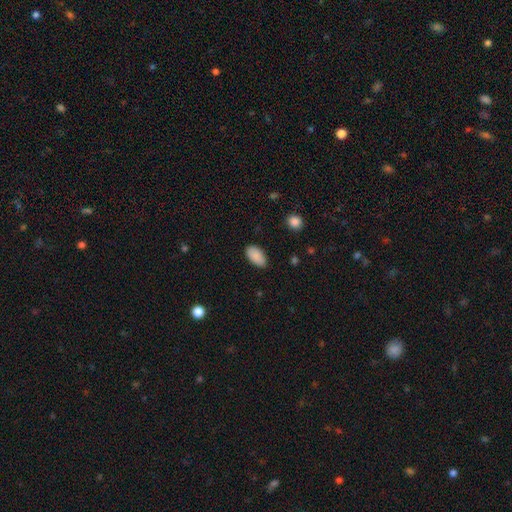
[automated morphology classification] Smooth or featured?
  - smooth: 89% *
  - star or artifact: 7%
  - featured or disk: 4%
How rounded?
  - in between: 95% *
  - round: 3%
  - cigar-shaped: 2%
Merging?
  - none: 85% *
  - minor disturbance: 12%
  - major disturbance: 3%
  - merger: 1%